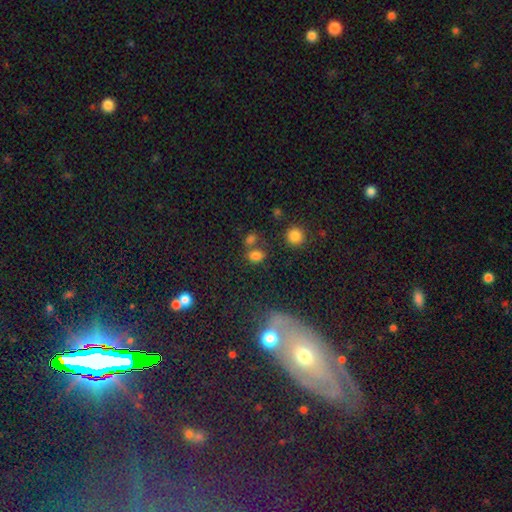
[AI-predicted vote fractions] Morphology: type=smooth (73%); roundness=in between (65%); merging=none (58%).